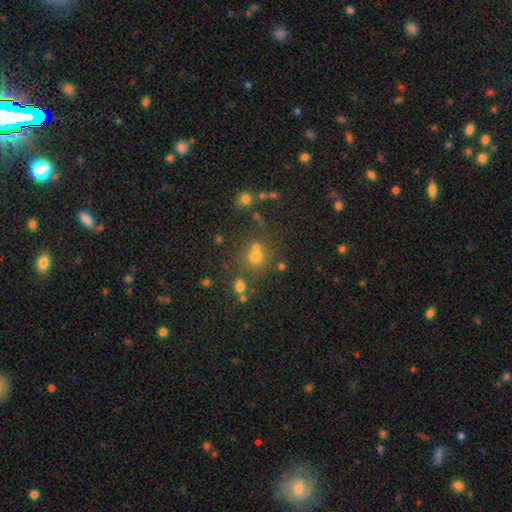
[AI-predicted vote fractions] Smooth or featured?
  - smooth: 58% *
  - star or artifact: 30%
  - featured or disk: 12%
How rounded?
  - round: 85% *
  - in between: 14%
  - cigar-shaped: 1%
Merging?
  - none: 59% *
  - merger: 27%
  - minor disturbance: 9%
  - major disturbance: 4%